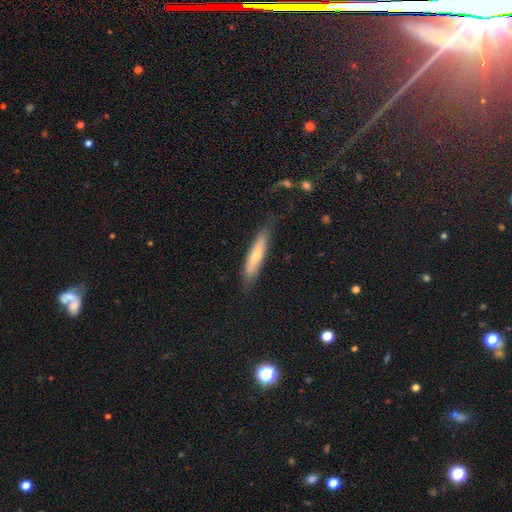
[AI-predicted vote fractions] The model was most divided on "smooth or featured": smooth: 56%, featured or disk: 37%, star or artifact: 7%. More confident: how rounded — cigar-shaped (84%); merging — none (80%).